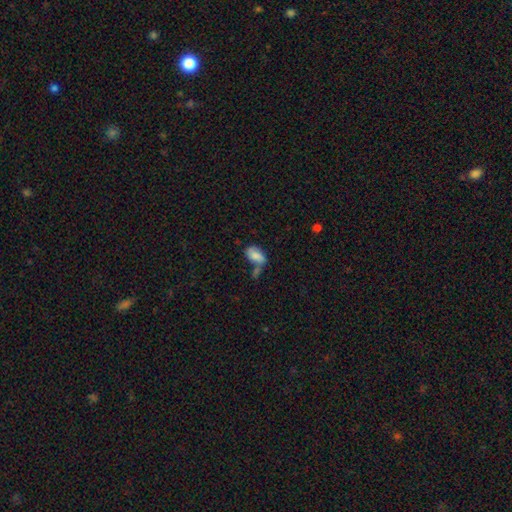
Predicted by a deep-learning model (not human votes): A smooth galaxy with no disk features (74%) that is in between round and cigar-shaped (91%).

Vote fractions:
- Smooth or featured? smooth: 74% / featured or disk: 16% / star or artifact: 9%
- How rounded? in between: 91% / round: 6% / cigar-shaped: 3%
- Merging? merger: 35% / none: 33% / minor disturbance: 20% / major disturbance: 12%